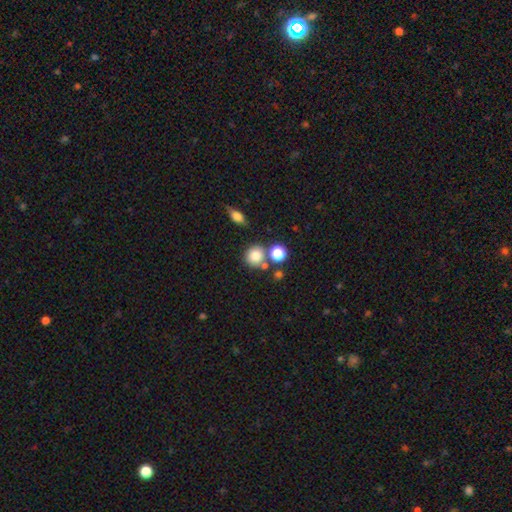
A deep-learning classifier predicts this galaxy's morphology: This appears to be a smooth galaxy with no disk features (80%) that is round (85%). Merging: none (65%).